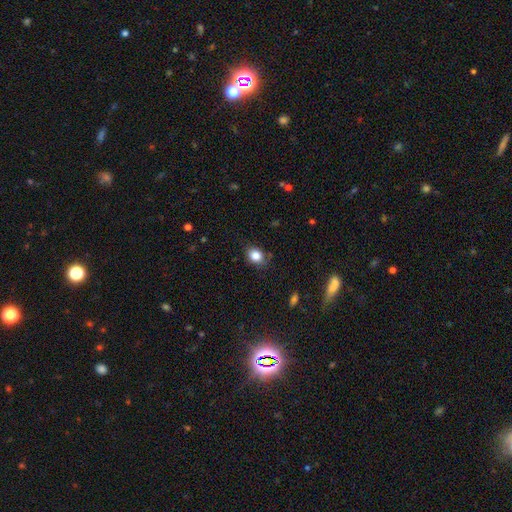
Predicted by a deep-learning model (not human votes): smooth_or_featured: smooth (p=0.84) [alt: star or artifact p=0.10]
how_rounded: in between (p=0.54) [alt: round p=0.45]
merging: none (p=0.77) [alt: minor disturbance p=0.17]